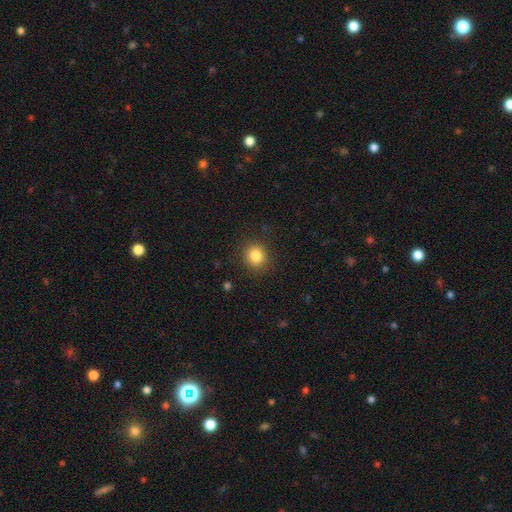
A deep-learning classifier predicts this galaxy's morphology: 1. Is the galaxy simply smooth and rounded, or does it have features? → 83% smooth, 11% star or artifact, 6% featured or disk.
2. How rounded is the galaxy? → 86% round, 13% in between, 1% cigar-shaped.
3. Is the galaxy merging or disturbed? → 89% none, 8% minor disturbance, 3% major disturbance, 1% merger.